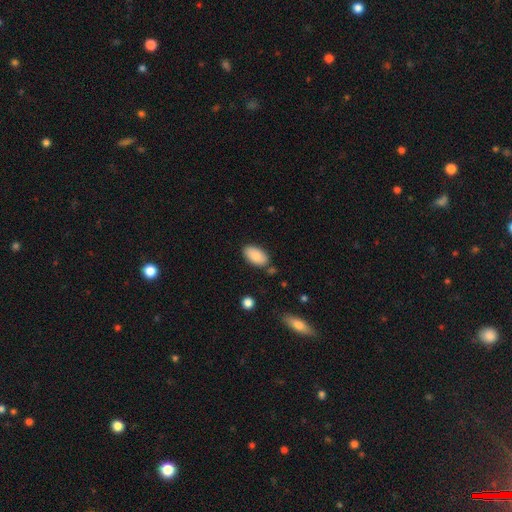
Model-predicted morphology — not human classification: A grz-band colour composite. It shows a smooth galaxy with no disk features (87%) that is in between round and cigar-shaped (95%). Merging: none (80%).